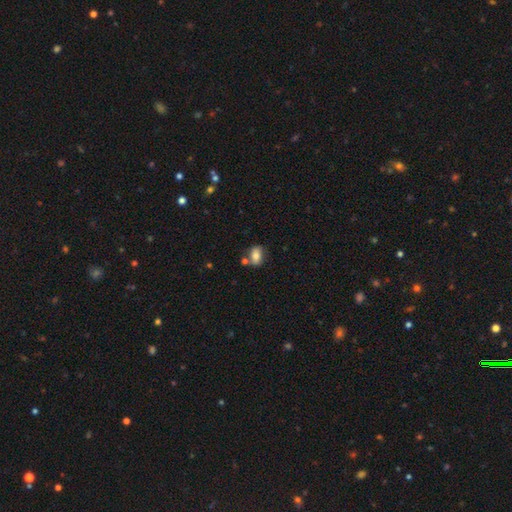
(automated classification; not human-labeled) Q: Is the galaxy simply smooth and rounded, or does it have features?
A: smooth — 75%.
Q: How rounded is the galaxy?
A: in between — 80%.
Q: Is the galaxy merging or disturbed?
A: none — 63%.